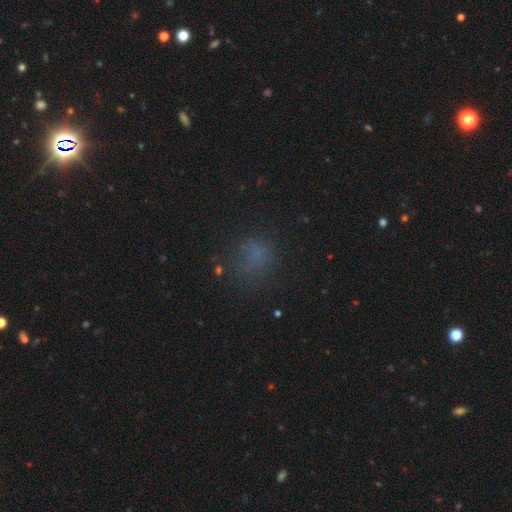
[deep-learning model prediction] A smooth galaxy with no disk features (60%) that is round (68%).

Vote fractions:
- Smooth or featured? smooth: 60% / star or artifact: 27% / featured or disk: 13%
- How rounded? round: 68% / in between: 31% / cigar-shaped: 2%
- Merging? none: 62% / minor disturbance: 18% / major disturbance: 16% / merger: 3%